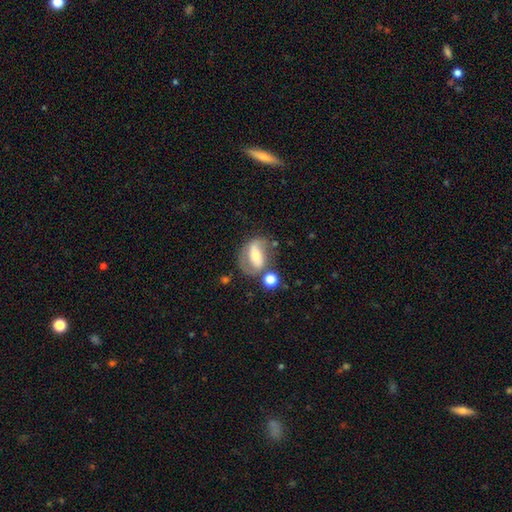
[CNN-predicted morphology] A featured or disk galaxy (65%) with a strong bar (44%), spiral arms (75%) and a moderate central bulge (50%). Merging: none (56%).